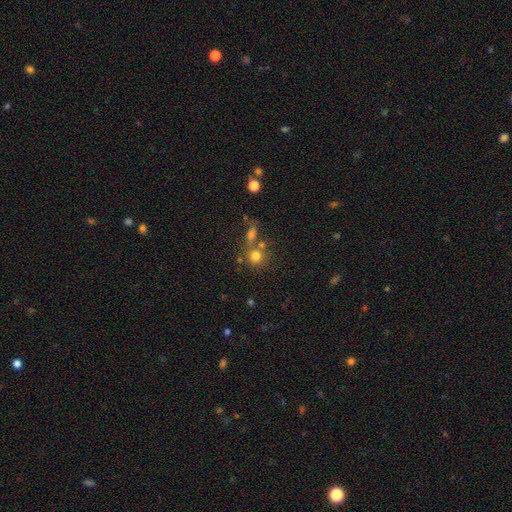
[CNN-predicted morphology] This is likely a smooth galaxy (74%). How rounded: clearly round (83%). Merging: possibly none (53%).